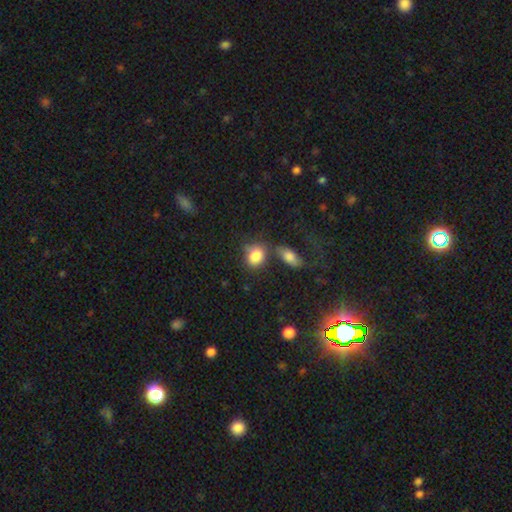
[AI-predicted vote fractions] This is clearly a smooth galaxy (83%). How rounded: possibly in between (55%). Merging: possibly none (49%).